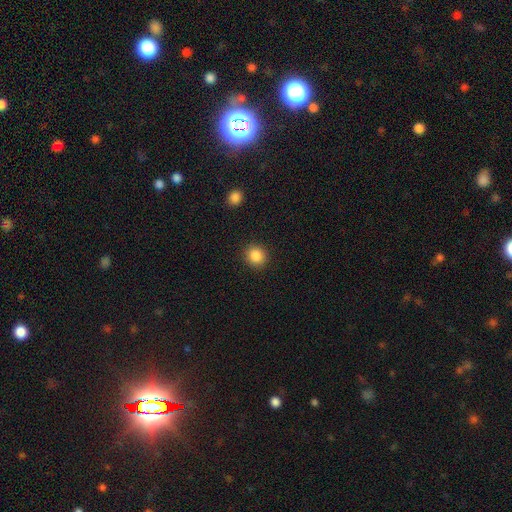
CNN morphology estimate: Smooth or featured? Predicted: smooth (p=0.87). How rounded? Predicted: round (p=0.85). Merging? Predicted: none (p=0.91).